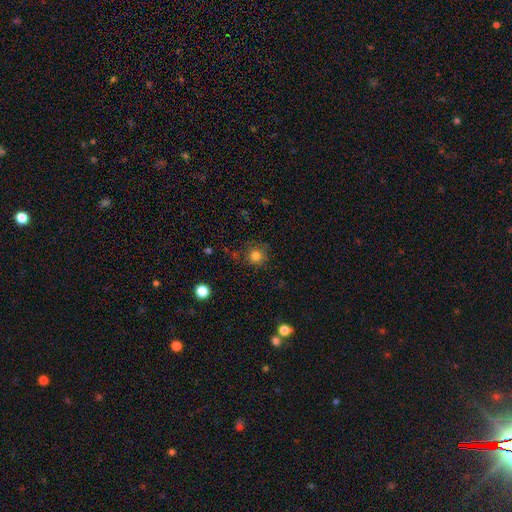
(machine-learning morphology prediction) Smooth or featured: smooth — 81% (star or artifact — 13%)
How rounded: round — 91% (in between — 8%)
Merging: none — 78% (minor disturbance — 14%)